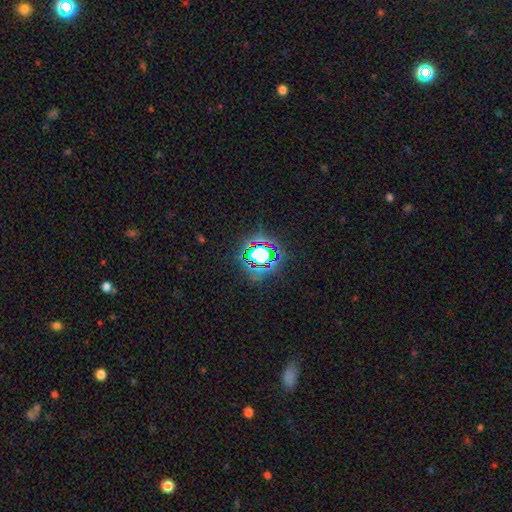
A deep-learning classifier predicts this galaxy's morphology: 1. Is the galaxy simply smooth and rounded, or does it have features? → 64% star or artifact, 23% smooth, 13% featured or disk.